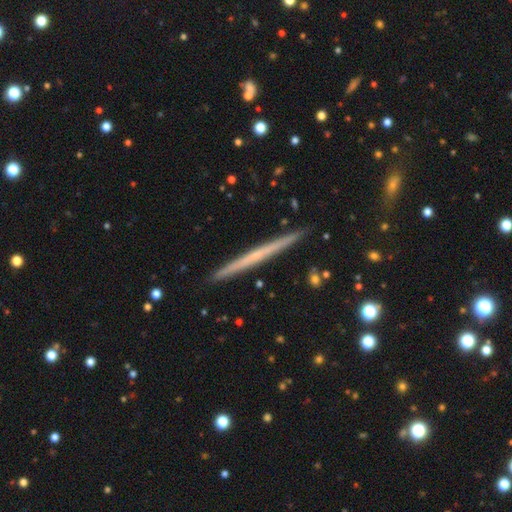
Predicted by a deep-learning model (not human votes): featured or disk 58%, smooth 36%, star or artifact 6%. Down the decision tree: edge-on disk — yes (98%); edge-on bulge — none (84%); merging — none (92%).